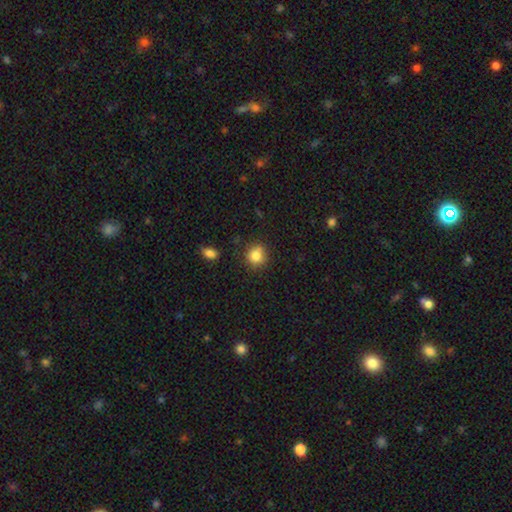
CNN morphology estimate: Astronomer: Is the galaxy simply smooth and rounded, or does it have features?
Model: smooth — 82%.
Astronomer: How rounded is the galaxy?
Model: round — 84%.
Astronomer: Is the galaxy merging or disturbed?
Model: none — 75%.